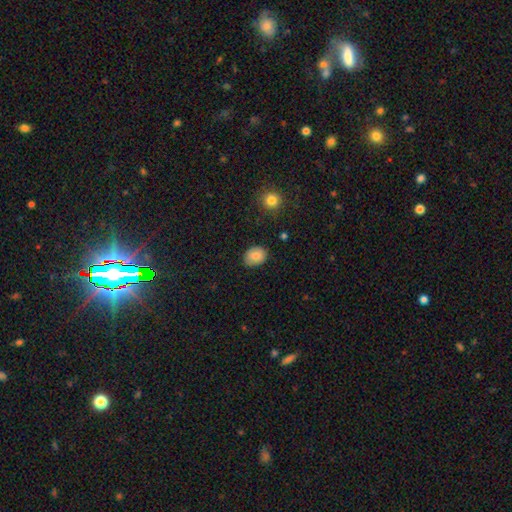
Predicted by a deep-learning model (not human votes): Smooth or featured?
  - smooth: 84% *
  - star or artifact: 9%
  - featured or disk: 8%
How rounded?
  - in between: 52% *
  - round: 47%
  - cigar-shaped: 1%
Merging?
  - none: 81% *
  - minor disturbance: 15%
  - major disturbance: 3%
  - merger: 1%